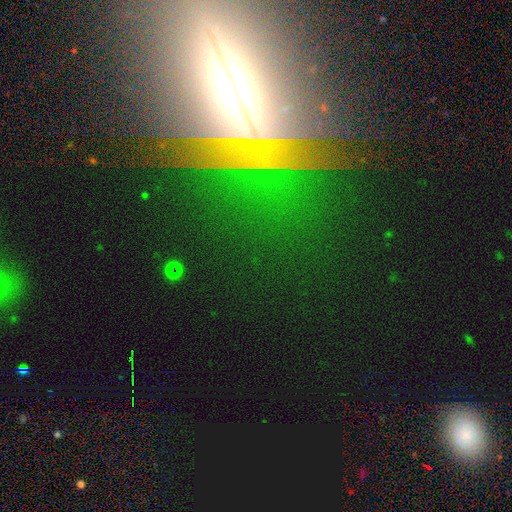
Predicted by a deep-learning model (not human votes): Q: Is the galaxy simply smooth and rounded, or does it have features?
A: featured or disk — 44%.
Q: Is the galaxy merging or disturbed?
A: none — 77%.